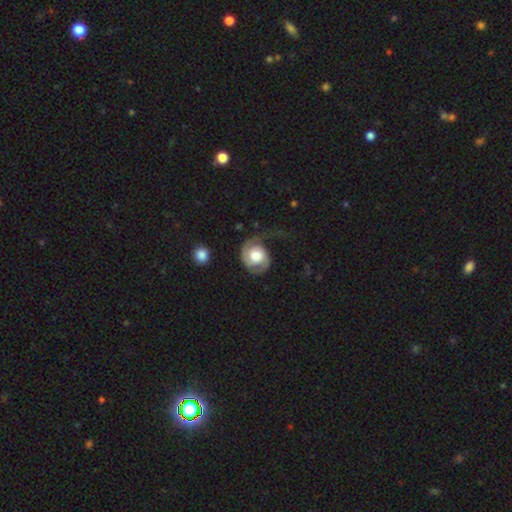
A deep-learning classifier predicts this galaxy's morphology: Smooth or featured? featured or disk (72%)
Edge-on disk? no (98%)
Bar? no (69%)
Spiral arms? yes (93%)
Spiral winding? medium (38%)
Spiral arm count? 2 (66%)
Bulge size? large (46%)
Merging? none (39%)